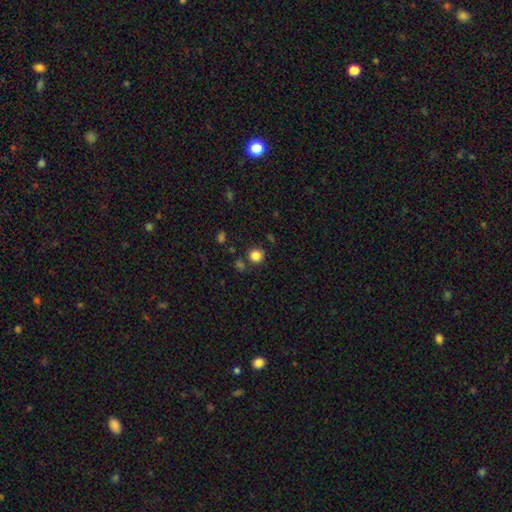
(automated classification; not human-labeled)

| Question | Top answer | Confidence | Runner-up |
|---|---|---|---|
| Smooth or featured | smooth | 84% | star or artifact (12%) |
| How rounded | round | 91% | in between (8%) |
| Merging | none | 82% | minor disturbance (9%) |